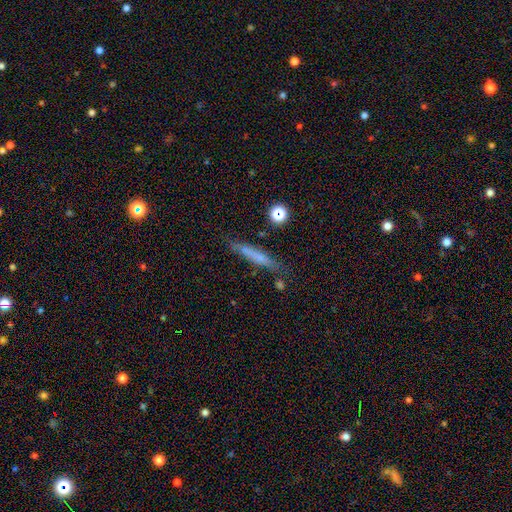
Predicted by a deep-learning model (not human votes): Overall: smooth (56%; featured or disk 34%). How rounded: cigar-shaped (91%). Merging: none (76%).